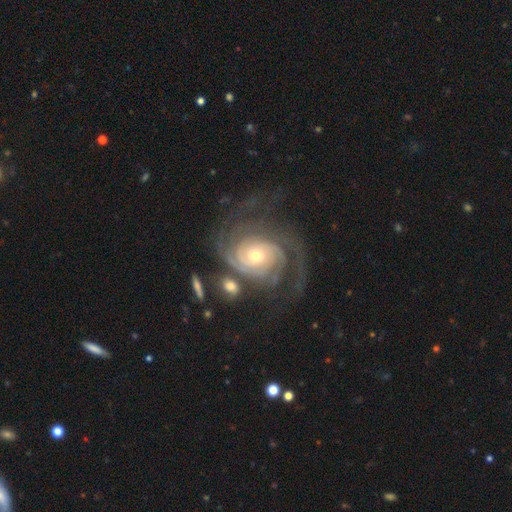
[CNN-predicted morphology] smooth_or_featured: featured or disk (p=0.90) [alt: star or artifact p=0.05]
disk_edge_on: no (p=0.97) [alt: yes p=0.03]
bar: no (p=0.72) [alt: weak p=0.21]
has_spiral_arms: yes (p=0.98) [alt: no p=0.02]
spiral_winding: tight (p=0.61) [alt: medium p=0.31]
spiral_arm_count: 2 (p=0.34) [alt: 3 p=0.25]
bulge_size: small (p=0.48) [alt: moderate p=0.46]
merging: none (p=0.60) [alt: major disturbance p=0.17]